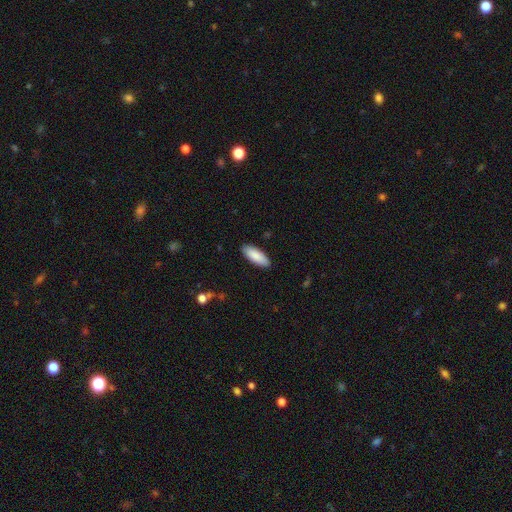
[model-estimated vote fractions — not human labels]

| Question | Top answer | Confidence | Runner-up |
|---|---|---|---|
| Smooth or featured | smooth | 89% | featured or disk (6%) |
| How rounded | in between | 73% | cigar-shaped (26%) |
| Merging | none | 89% | minor disturbance (8%) |